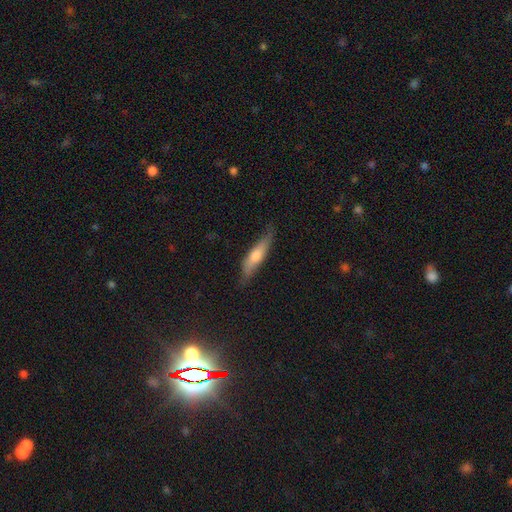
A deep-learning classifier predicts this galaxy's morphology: A smooth galaxy with no disk features (52%) that is cigar-shaped (78%).

Vote fractions:
- Smooth or featured? smooth: 52% / featured or disk: 41% / star or artifact: 6%
- How rounded? cigar-shaped: 78% / in between: 20% / round: 2%
- Merging? none: 73% / minor disturbance: 22% / major disturbance: 4% / merger: 1%